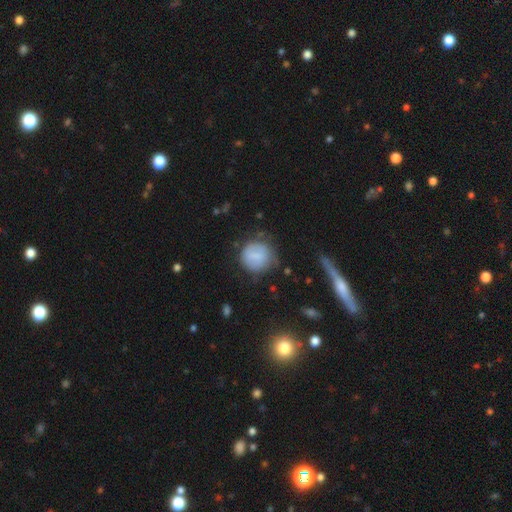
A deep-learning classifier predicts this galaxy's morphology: Overall: smooth (75%). How rounded: round (87%). Merging: none (63%; minor disturbance 24%).